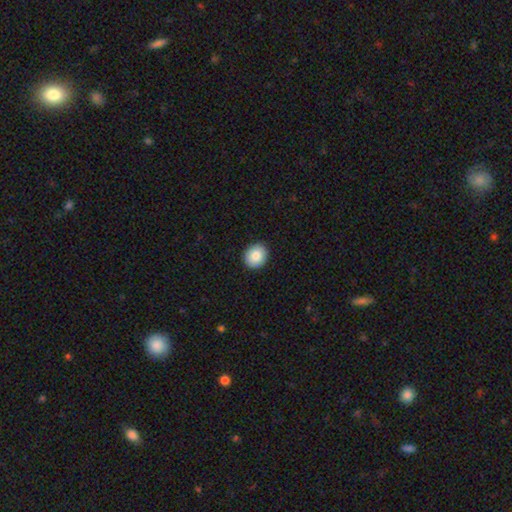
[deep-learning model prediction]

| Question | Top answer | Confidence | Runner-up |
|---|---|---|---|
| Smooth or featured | smooth | 85% | star or artifact (8%) |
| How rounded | round | 77% | in between (22%) |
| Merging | none | 91% | minor disturbance (7%) |